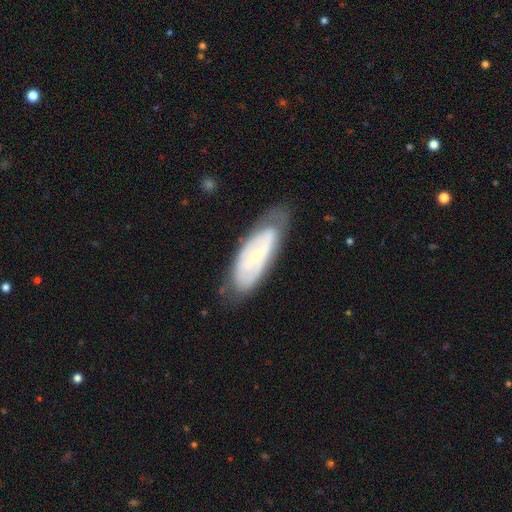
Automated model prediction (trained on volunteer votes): This appears to be a featured or disk galaxy (66%) with a weak bar (39%), spiral arms (74%) and a small central bulge (71%). Merging: none (66%).